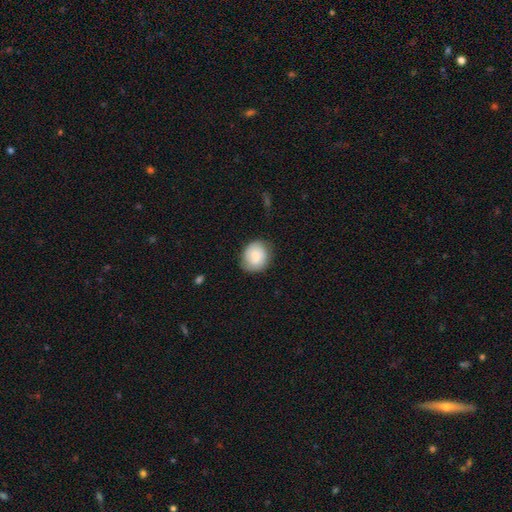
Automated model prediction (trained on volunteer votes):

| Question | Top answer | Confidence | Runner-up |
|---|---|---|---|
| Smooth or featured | smooth | 78% | featured or disk (15%) |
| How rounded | round | 71% | in between (28%) |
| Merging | none | 77% | minor disturbance (18%) |